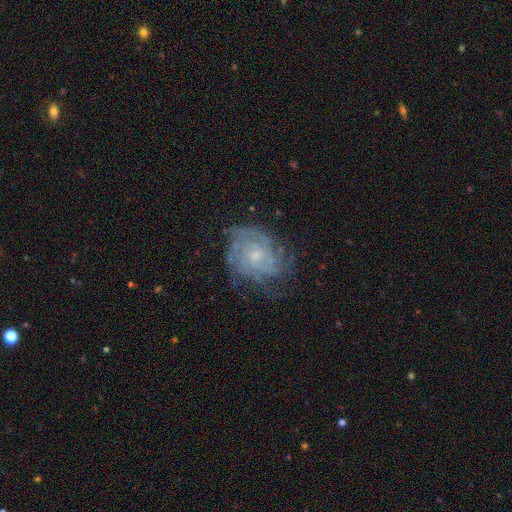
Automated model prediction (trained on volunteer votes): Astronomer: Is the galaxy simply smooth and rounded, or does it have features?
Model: featured or disk — 81%.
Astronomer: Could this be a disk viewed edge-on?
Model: no — 97%.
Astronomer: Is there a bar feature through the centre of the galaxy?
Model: no — 72%.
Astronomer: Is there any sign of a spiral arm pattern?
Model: yes — 93%.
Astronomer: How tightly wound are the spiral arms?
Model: tight — 65%.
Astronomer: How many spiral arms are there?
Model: can't tell — 42% (runner-up: 4, 18%).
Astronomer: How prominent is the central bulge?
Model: small — 66%.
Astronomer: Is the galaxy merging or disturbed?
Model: none — 65%.